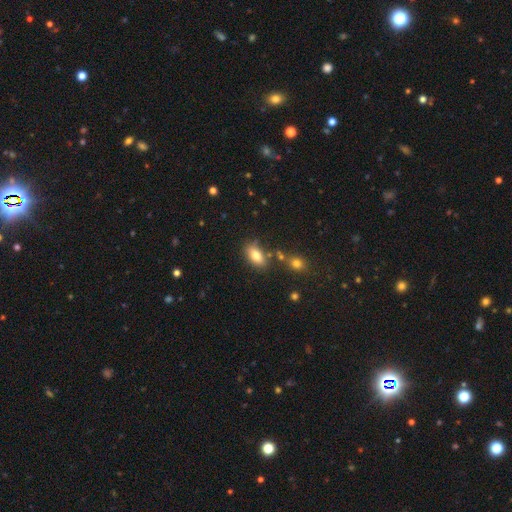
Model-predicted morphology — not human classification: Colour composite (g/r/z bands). It shows a smooth galaxy with no disk features (78%) that is in between round and cigar-shaped (87%). Merging: none (73%).